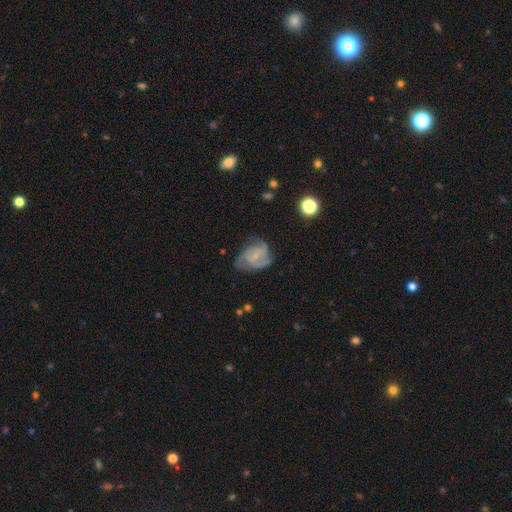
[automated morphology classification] This appears to be a featured or disk galaxy (73%) with no bar (51%), 2 (38%) medium (46%) spiral arms (88%) and a small central bulge (65%). Merging: none (46%).